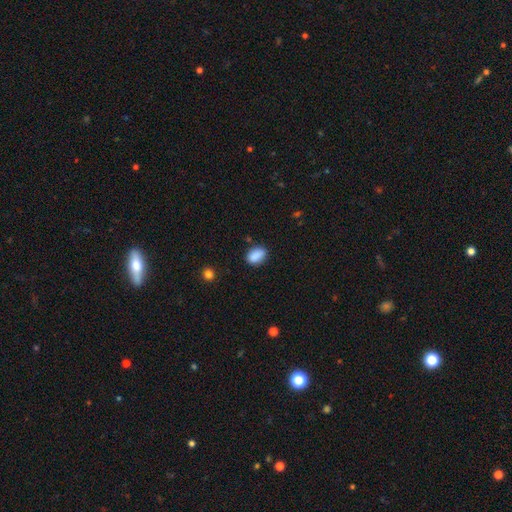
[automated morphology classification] Q: Smooth or featured?
A: smooth (88%); runner-up: star or artifact (8%)
Q: How rounded?
A: in between (82%); runner-up: round (16%)
Q: Merging?
A: none (80%); runner-up: minor disturbance (15%)